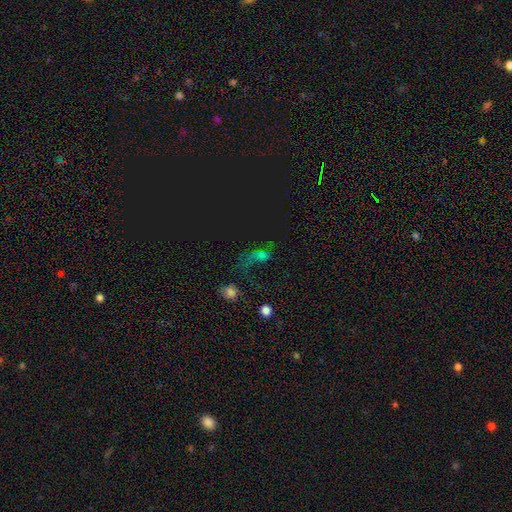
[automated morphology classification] This is possibly a star or artifact rather than a galaxy (47%).